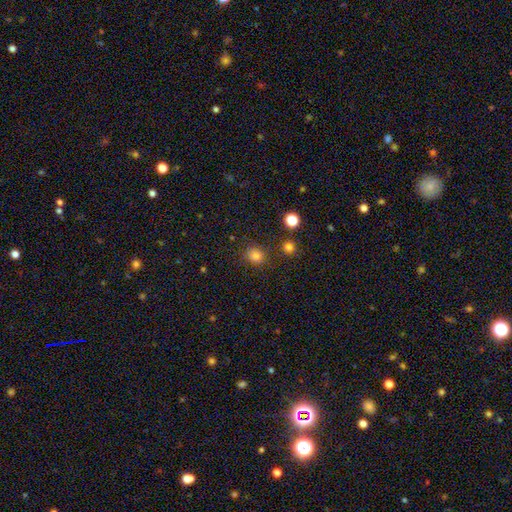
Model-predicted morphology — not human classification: Smooth or featured: smooth — 81% (star or artifact — 15%)
How rounded: round — 82% (in between — 17%)
Merging: none — 83% (minor disturbance — 10%)